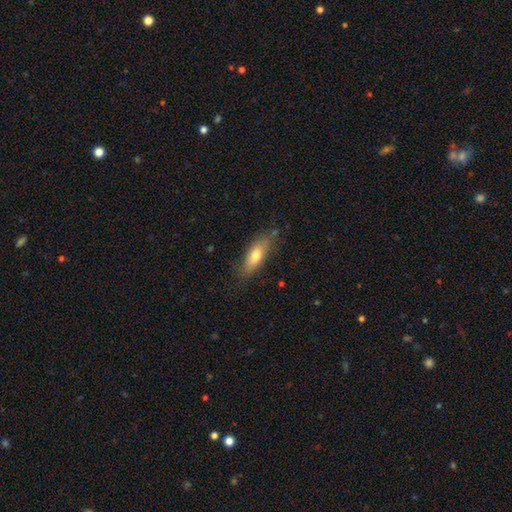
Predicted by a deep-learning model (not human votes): This is likely a smooth galaxy (70%). How rounded: likely in between (65%). Merging: likely none (76%).